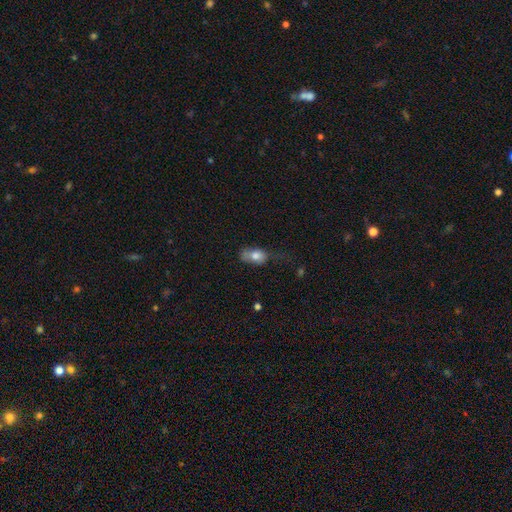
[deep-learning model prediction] Q: Smooth or featured?
A: smooth (75%); runner-up: featured or disk (17%)
Q: How rounded?
A: in between (81%); runner-up: round (15%)
Q: Merging?
A: minor disturbance (33%); tied with: none (33%)